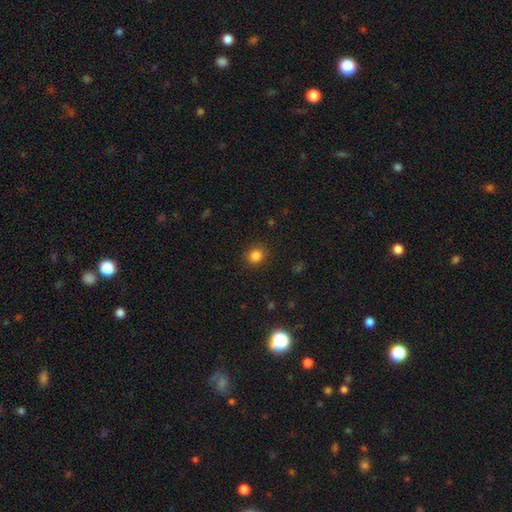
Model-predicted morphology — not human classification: smooth 83%, star or artifact 12%, featured or disk 5%. Down the decision tree: how rounded — round (80%); merging — none (90%).